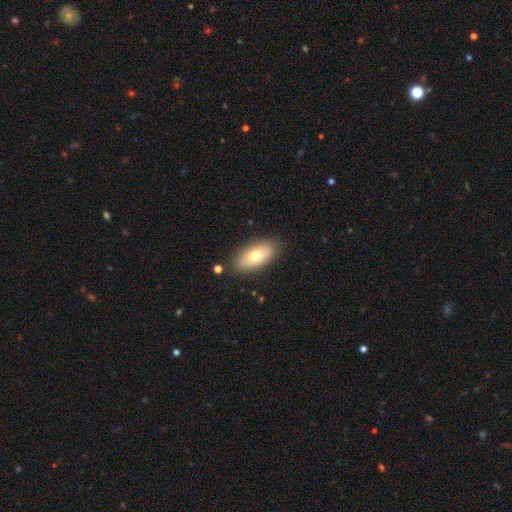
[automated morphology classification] Overall: smooth (71%). How rounded: in between (89%). Merging: none (84%).